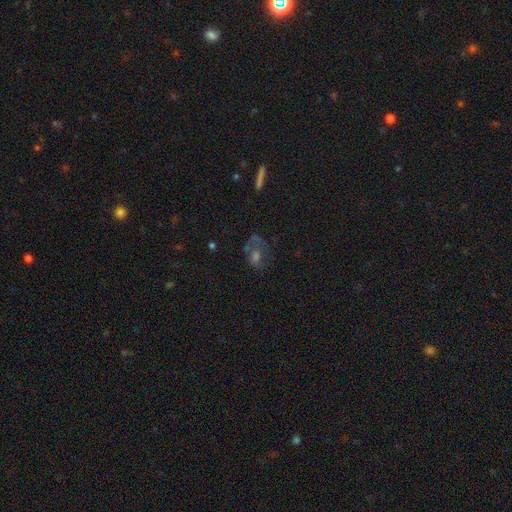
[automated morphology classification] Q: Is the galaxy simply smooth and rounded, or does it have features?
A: featured or disk — 45%.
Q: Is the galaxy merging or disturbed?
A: none — 46%.